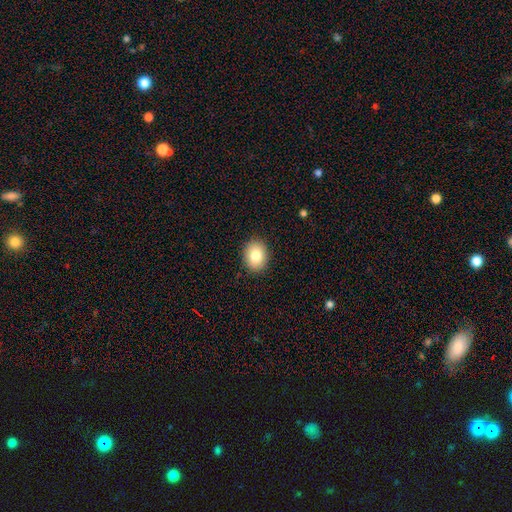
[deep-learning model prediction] Overall: smooth (82%). How rounded: in between (53%; round 46%). Merging: none (90%).